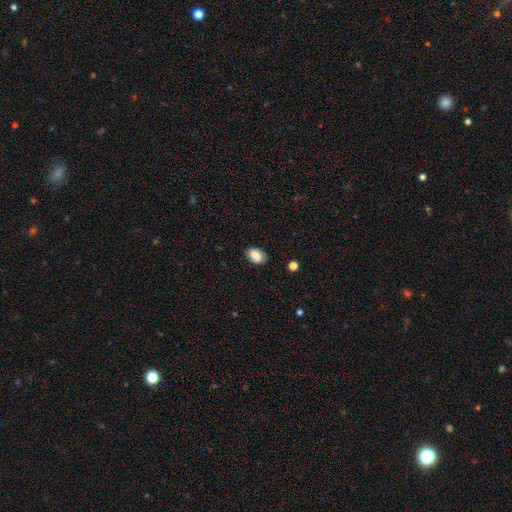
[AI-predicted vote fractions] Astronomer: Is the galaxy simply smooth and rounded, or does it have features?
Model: smooth — 79%.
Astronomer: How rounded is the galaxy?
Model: in between — 87%.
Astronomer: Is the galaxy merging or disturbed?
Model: none — 79%.